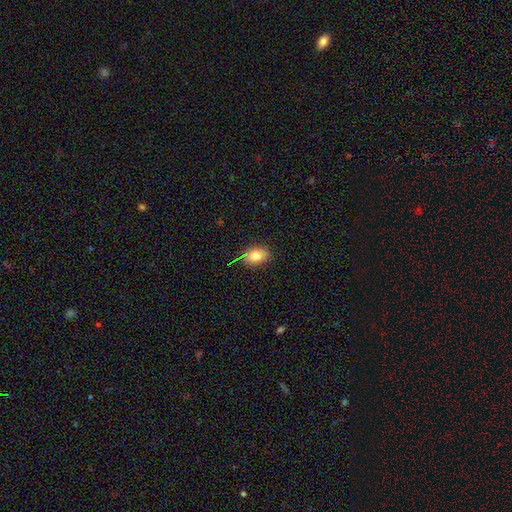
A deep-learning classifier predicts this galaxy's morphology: A smooth galaxy with no disk features (77%) that is in between round and cigar-shaped (73%).

Vote fractions:
- Smooth or featured? smooth: 77% / star or artifact: 13% / featured or disk: 11%
- How rounded? in between: 73% / round: 25% / cigar-shaped: 2%
- Merging? none: 82% / minor disturbance: 13% / major disturbance: 3% / merger: 2%